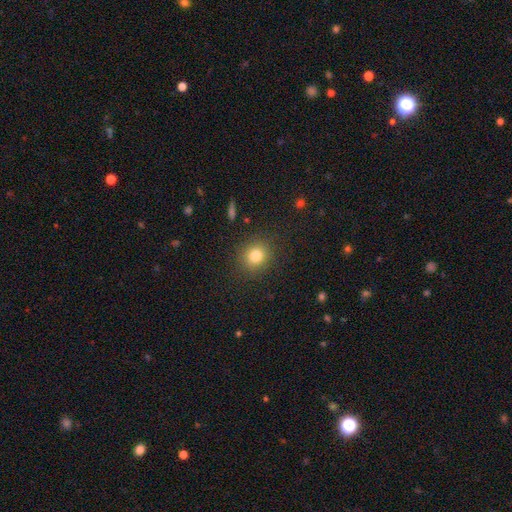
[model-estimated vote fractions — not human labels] smooth_or_featured: smooth (p=0.80) [alt: star or artifact p=0.12]
how_rounded: round (p=0.82) [alt: in between p=0.17]
merging: none (p=0.88) [alt: minor disturbance p=0.08]